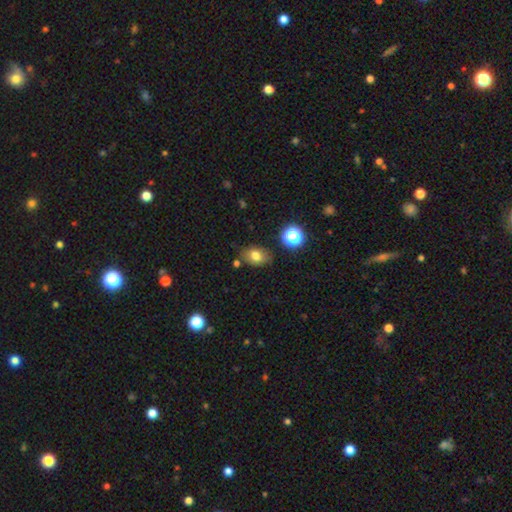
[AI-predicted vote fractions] This appears to be a smooth galaxy with no disk features (76%) that is in between round and cigar-shaped (69%). Merging: none (78%).